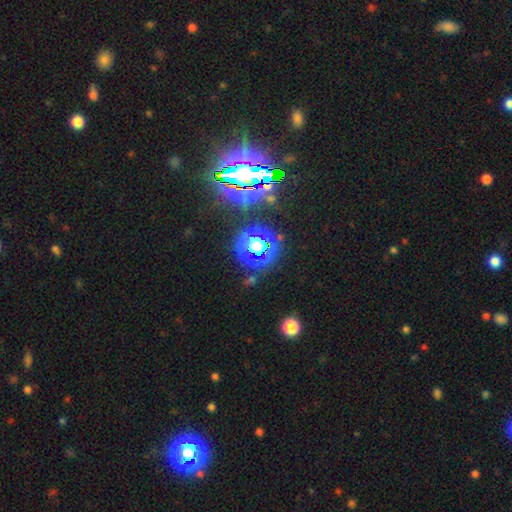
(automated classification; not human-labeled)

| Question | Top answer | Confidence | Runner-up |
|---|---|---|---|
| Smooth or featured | star or artifact | 81% | smooth (11%) |